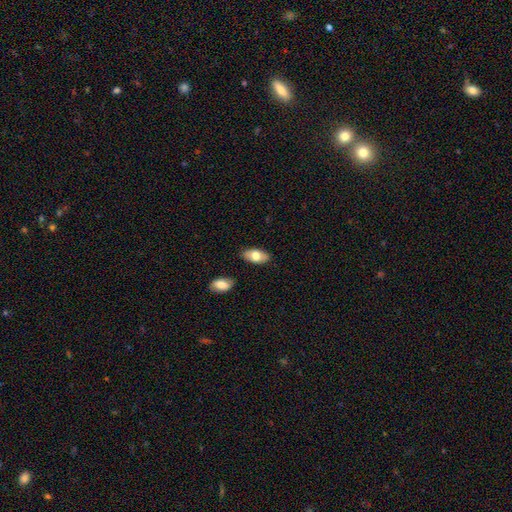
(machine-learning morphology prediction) Smooth or featured: smooth — 75% (featured or disk — 19%)
How rounded: in between — 93% (cigar-shaped — 4%)
Merging: none — 85% (minor disturbance — 10%)